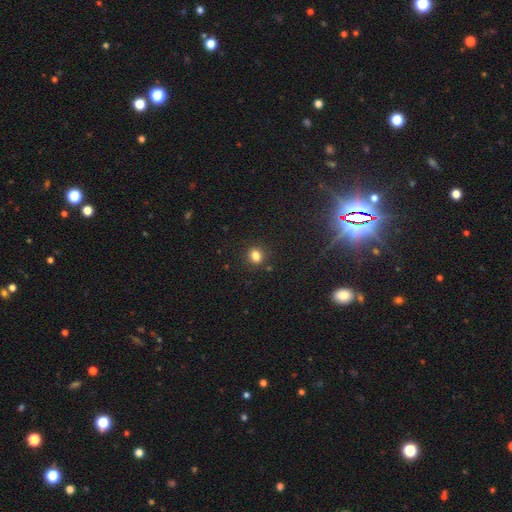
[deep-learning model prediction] Morphology: type=smooth (82%); roundness=round (74%); merging=none (88%).